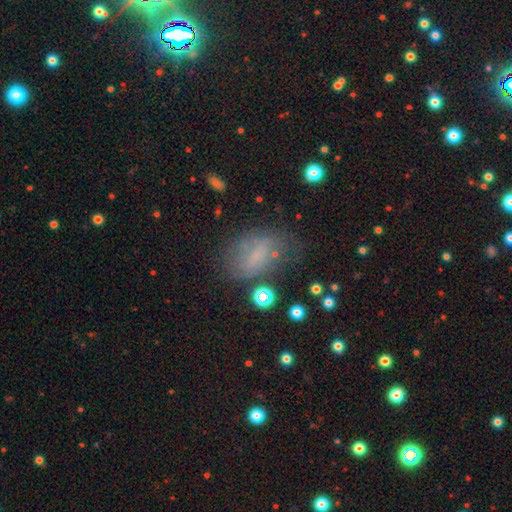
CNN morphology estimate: A smooth galaxy with no disk features (60%) that is in between round and cigar-shaped (86%). Merging: none (52%).